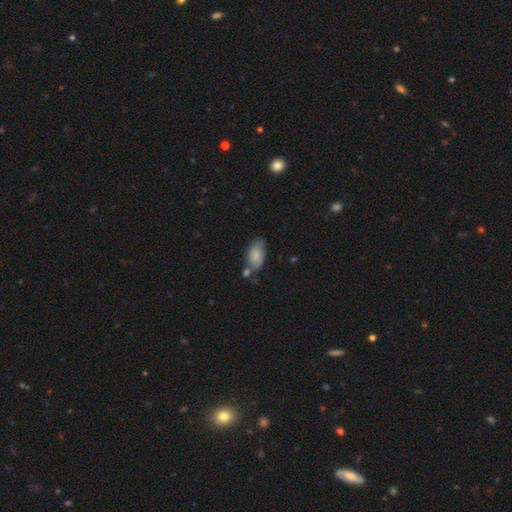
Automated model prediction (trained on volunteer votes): A smooth galaxy with no disk features (81%) that is in between round and cigar-shaped (93%).

Vote fractions:
- Smooth or featured? smooth: 81% / featured or disk: 12% / star or artifact: 7%
- How rounded? in between: 93% / round: 4% / cigar-shaped: 3%
- Merging? none: 54% / minor disturbance: 24% / merger: 16% / major disturbance: 6%